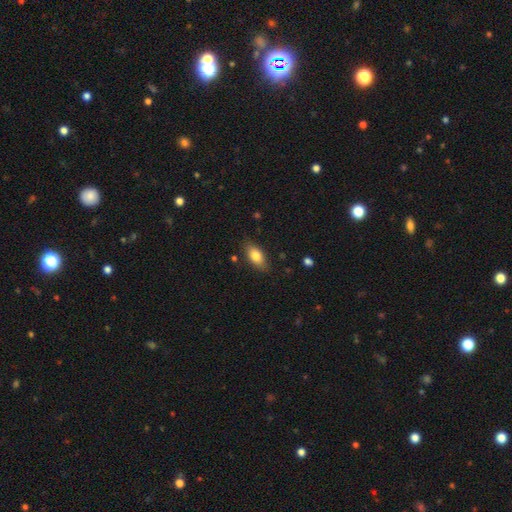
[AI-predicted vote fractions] smooth-or-featured: smooth: 81% | featured or disk: 12% | star or artifact: 7%
  how-rounded: in between: 87% | cigar-shaped: 9% | round: 4%
  merging: none: 83% | minor disturbance: 13% | major disturbance: 3% | merger: 1%